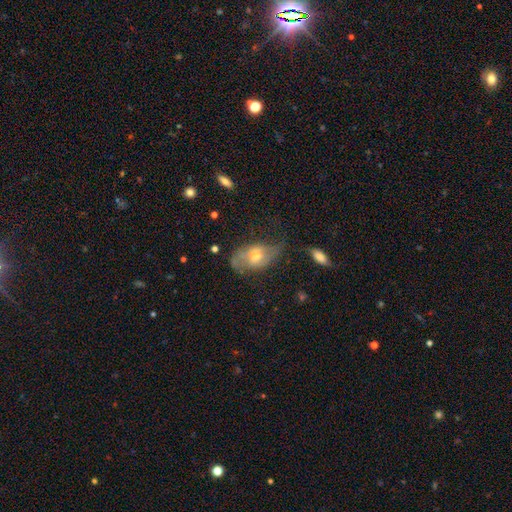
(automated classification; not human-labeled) smooth_or_featured: featured or disk (p=0.64) [alt: smooth p=0.27]
disk_edge_on: no (p=0.92) [alt: yes p=0.08]
bar: no (p=0.58) [alt: weak p=0.33]
has_spiral_arms: yes (p=0.79) [alt: no p=0.21]
bulge_size: moderate (p=0.56) [alt: small p=0.39]
merging: none (p=0.50) [alt: minor disturbance p=0.29]